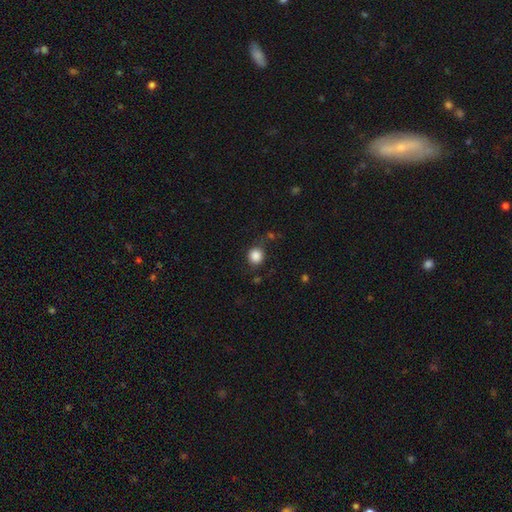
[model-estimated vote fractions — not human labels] smooth_or_featured: smooth (p=0.86) [alt: star or artifact p=0.10]
how_rounded: round (p=0.87) [alt: in between p=0.12]
merging: none (p=0.77) [alt: minor disturbance p=0.15]